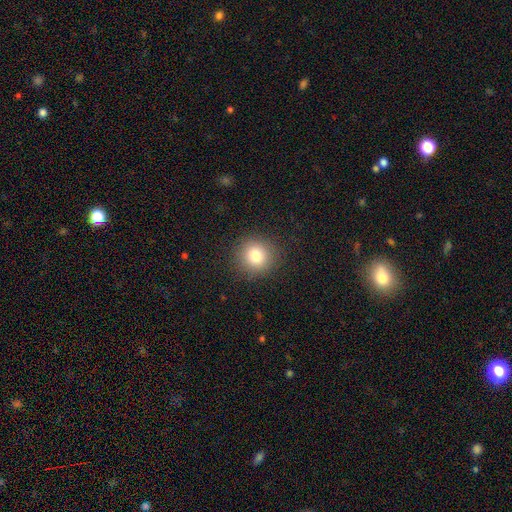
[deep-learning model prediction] This appears to be a smooth galaxy with no disk features (81%) that is round (90%). Merging: none (89%).